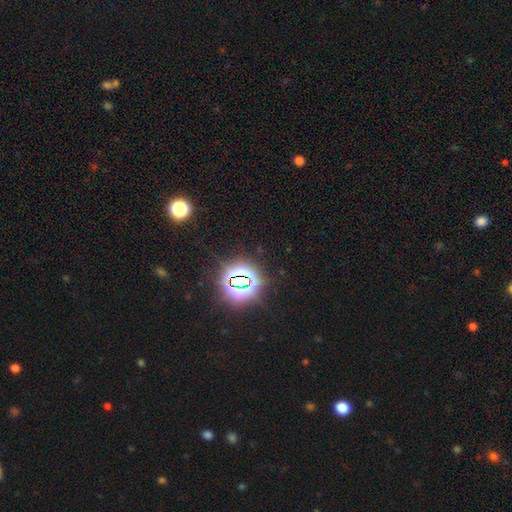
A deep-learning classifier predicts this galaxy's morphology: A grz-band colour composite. It shows a star or artifact, not a galaxy (81%).